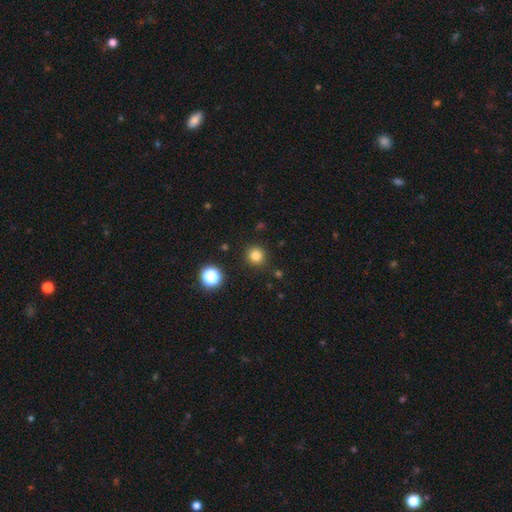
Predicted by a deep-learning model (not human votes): smooth-or-featured: smooth: 80% | star or artifact: 14% | featured or disk: 5%
  how-rounded: round: 94% | in between: 5% | cigar-shaped: 1%
  merging: none: 90% | minor disturbance: 6% | major disturbance: 2% | merger: 2%